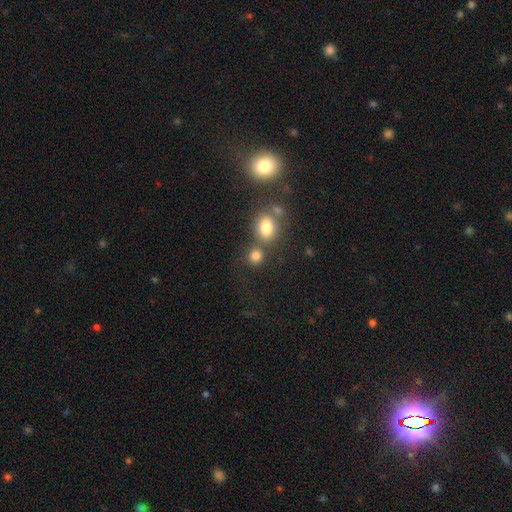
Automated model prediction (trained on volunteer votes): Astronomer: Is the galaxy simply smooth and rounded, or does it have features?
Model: smooth — 79%.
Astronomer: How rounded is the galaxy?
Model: round — 78%.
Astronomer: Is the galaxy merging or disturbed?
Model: none — 58%.